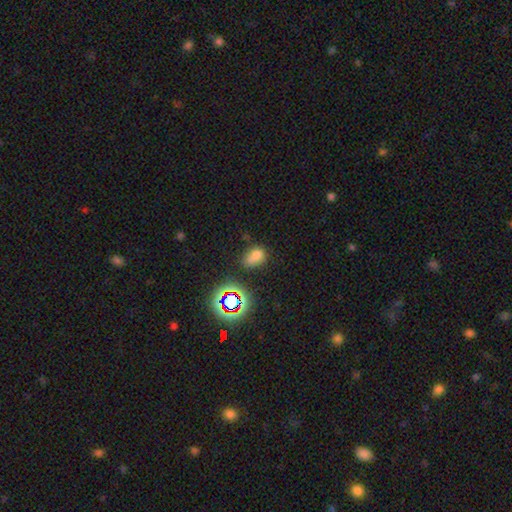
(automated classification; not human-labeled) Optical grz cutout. It shows a smooth galaxy with no disk features (67%) that is in between round and cigar-shaped (66%). Merging: none (46%).